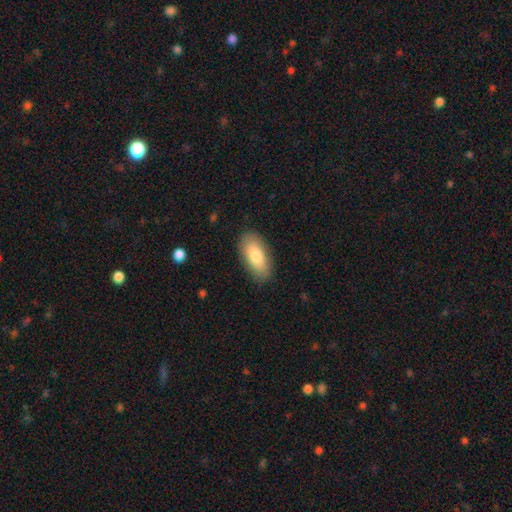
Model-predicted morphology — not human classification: The model was most divided on "smooth or featured": smooth: 81%, featured or disk: 13%, star or artifact: 6%. More confident: how rounded — in between (89%); merging — none (86%).